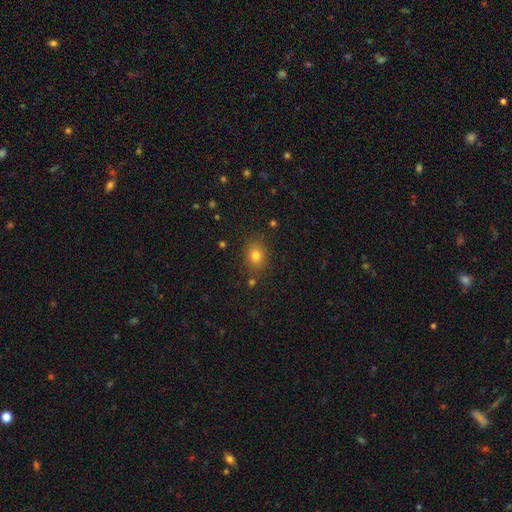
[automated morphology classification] A smooth galaxy with no disk features (79%) that is round (50%).

Vote fractions:
- Smooth or featured? smooth: 79% / star or artifact: 13% / featured or disk: 8%
- How rounded? round: 50% / in between: 49% / cigar-shaped: 1%
- Merging? none: 84% / minor disturbance: 10% / major disturbance: 3% / merger: 3%